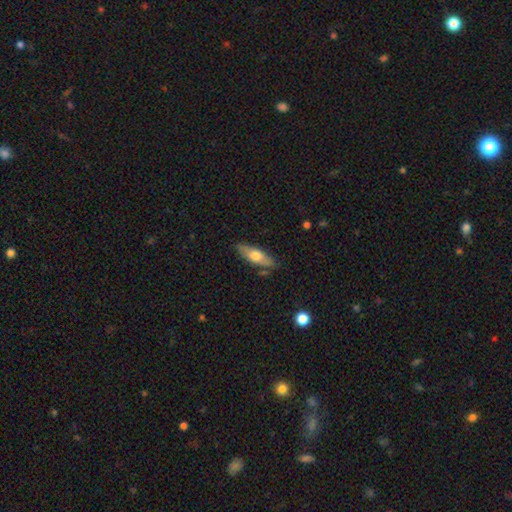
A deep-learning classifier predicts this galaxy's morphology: This appears to be a smooth galaxy with no disk features (60%) that is in between round and cigar-shaped (56%). Merging: none (81%).